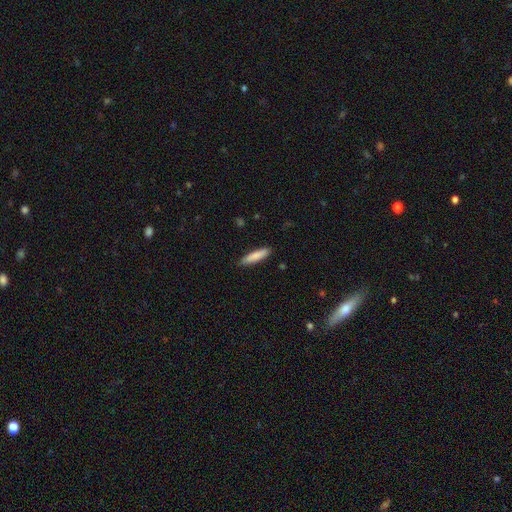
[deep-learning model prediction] Morphology: type=smooth (84%); roundness=cigar-shaped (79%); merging=none (87%).